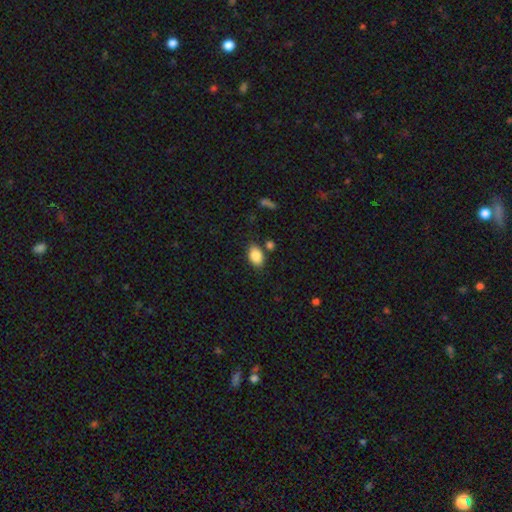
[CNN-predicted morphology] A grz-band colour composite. It shows a smooth galaxy with no disk features (86%) that is in between round and cigar-shaped (88%). Merging: none (78%).